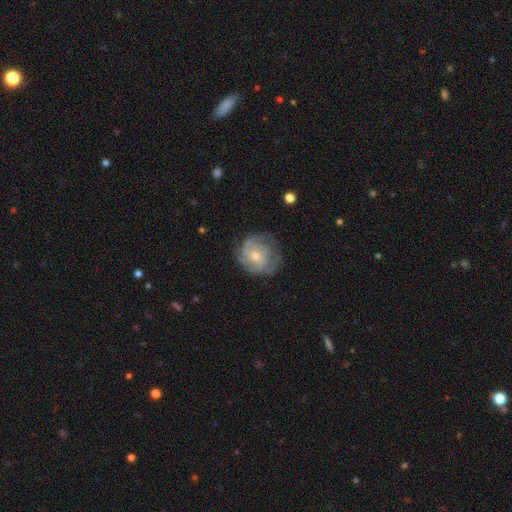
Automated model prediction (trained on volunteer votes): smooth-or-featured: featured or disk: 71% | smooth: 22% | star or artifact: 7%
  disk-edge-on: no: 98% | yes: 2%
    bar: no: 70% | weak: 27% | strong: 4%
    has-spiral-arms: yes: 88% | no: 12%
      spiral-winding: tight: 49% | medium: 38% | loose: 13%
      spiral-arm-count: can't tell: 32% | 3: 27% | 2: 21% | 4: 10% | 1: 5% | more than 4: 5%
    bulge-size: small: 48% | moderate: 46% | none: 2% | large: 2% | dominant: 1%
  merging: none: 67% | minor disturbance: 21% | major disturbance: 10% | merger: 1%